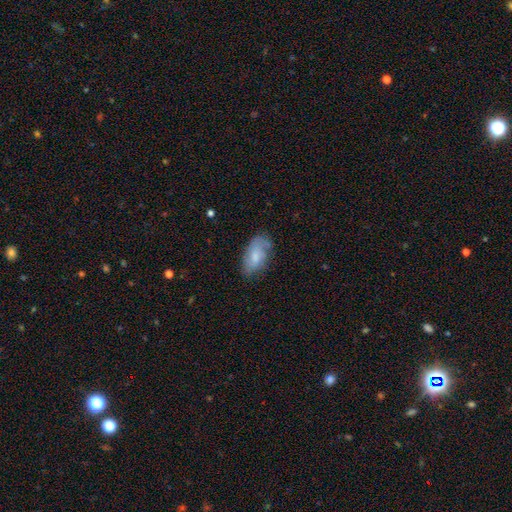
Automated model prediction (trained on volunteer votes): This appears to be a smooth galaxy with no disk features (59%) that is in between round and cigar-shaped (92%). Merging: none (63%).